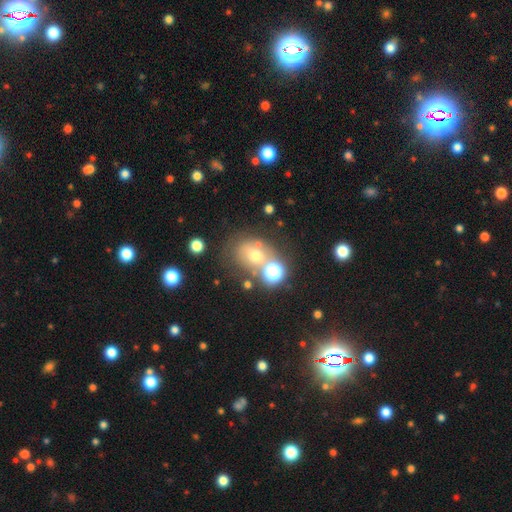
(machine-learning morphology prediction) smooth 51%, star or artifact 29%, featured or disk 20%. Down the decision tree: how rounded — round (63%); merging — none (57%).